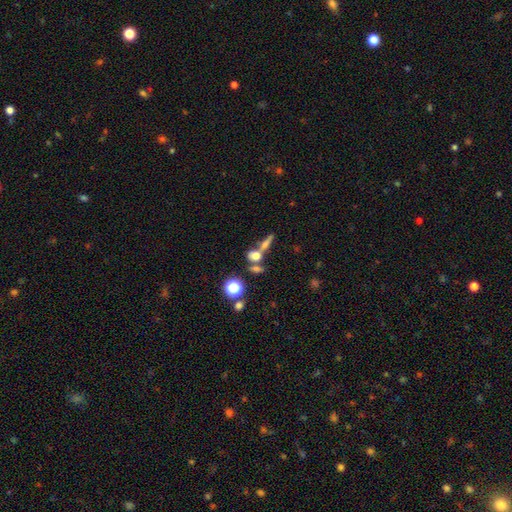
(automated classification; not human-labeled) Morphology: type=smooth (56%); roundness=in between (40%); merging=none (44%).